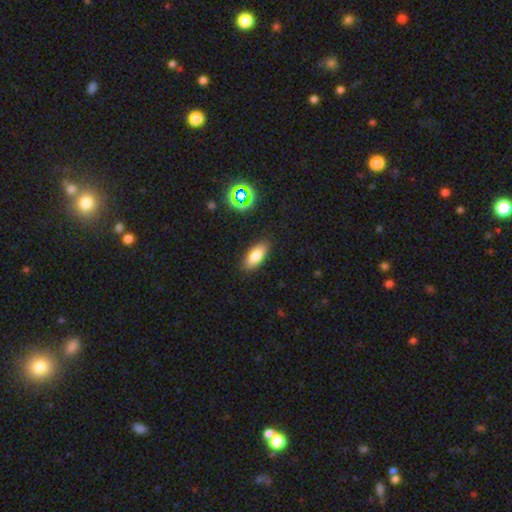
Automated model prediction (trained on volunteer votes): This appears to be a smooth galaxy with no disk features (79%) that is in between round and cigar-shaped (85%). Merging: none (86%).